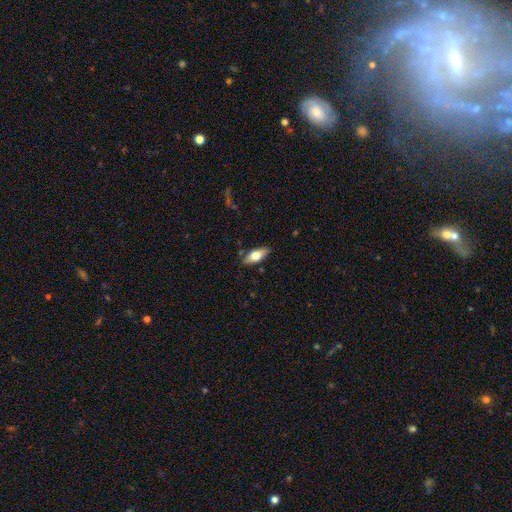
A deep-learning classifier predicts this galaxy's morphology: Smooth or featured? Predicted: smooth (p=0.62). How rounded? Predicted: in between (p=0.75). Merging? Predicted: none (p=0.85).